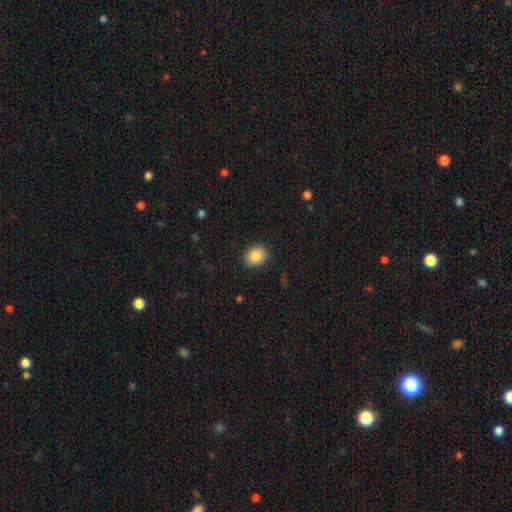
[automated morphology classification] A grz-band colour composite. It shows a smooth galaxy with no disk features (86%) that is round (58%). Merging: none (89%).